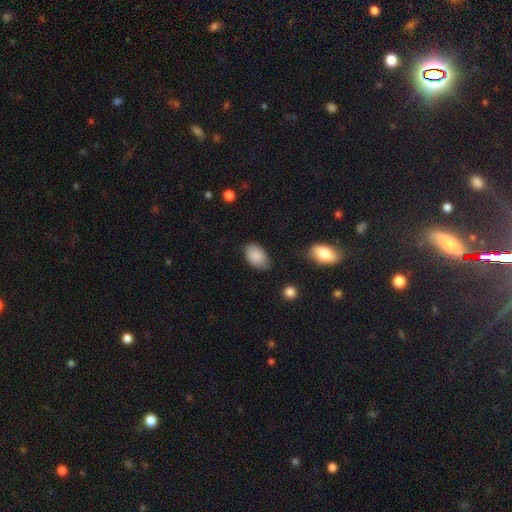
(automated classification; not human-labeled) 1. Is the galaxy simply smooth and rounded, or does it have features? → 88% smooth, 7% star or artifact, 5% featured or disk.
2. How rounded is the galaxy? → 91% in between, 7% round, 1% cigar-shaped.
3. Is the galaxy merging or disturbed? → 79% none, 16% minor disturbance, 4% major disturbance, 2% merger.